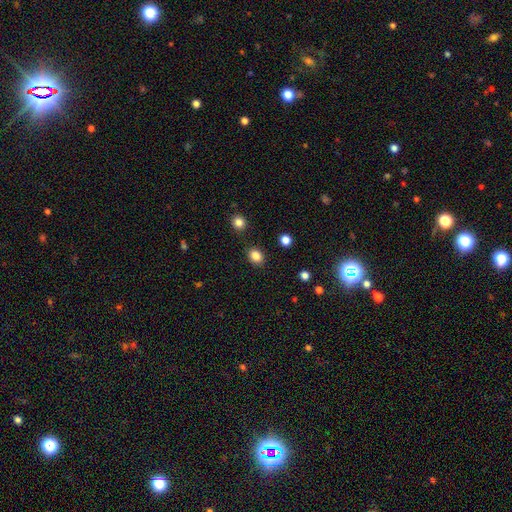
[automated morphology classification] A smooth galaxy with no disk features (85%) that is in between round and cigar-shaped (52%).

Vote fractions:
- Smooth or featured? smooth: 85% / star or artifact: 11% / featured or disk: 4%
- How rounded? in between: 52% / round: 47% / cigar-shaped: 1%
- Merging? none: 87% / minor disturbance: 9% / major disturbance: 2% / merger: 2%